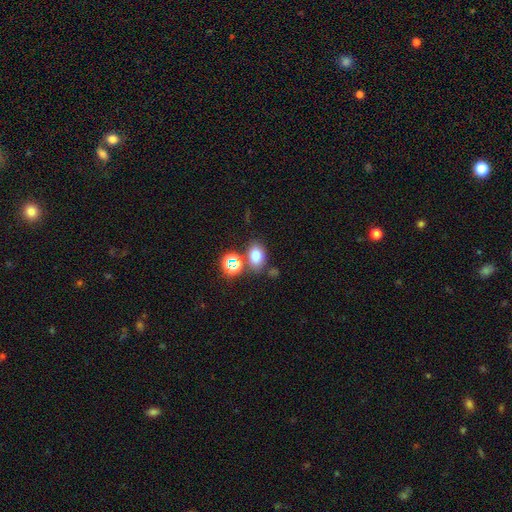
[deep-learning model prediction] Overall: smooth (74%). How rounded: in between (67%; round 32%). Merging: none (69%).